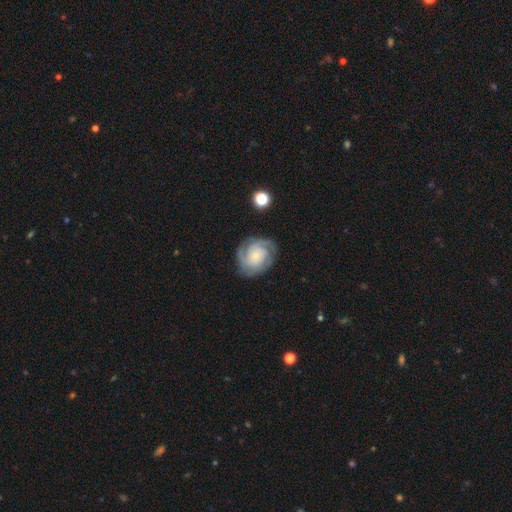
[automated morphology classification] Smooth or featured?
  - featured or disk: 83% *
  - smooth: 11%
  - star or artifact: 6%
Edge-on disk?
  - no: 98% *
  - yes: 2%
Bar?
  - no: 78% *
  - weak: 18%
  - strong: 4%
Spiral arms?
  - yes: 97% *
  - no: 3%
Spiral winding?
  - tight: 66% *
  - medium: 29%
  - loose: 5%
Spiral arm count?
  - 3: 35% *
  - 2: 29%
  - can't tell: 17%
  - 4: 8%
  - 1: 5%
  - more than 4: 5%
Bulge size?
  - small: 75% *
  - moderate: 17%
  - none: 4%
  - large: 3%
  - dominant: 1%
Merging?
  - none: 79% *
  - minor disturbance: 14%
  - major disturbance: 6%
  - merger: 1%